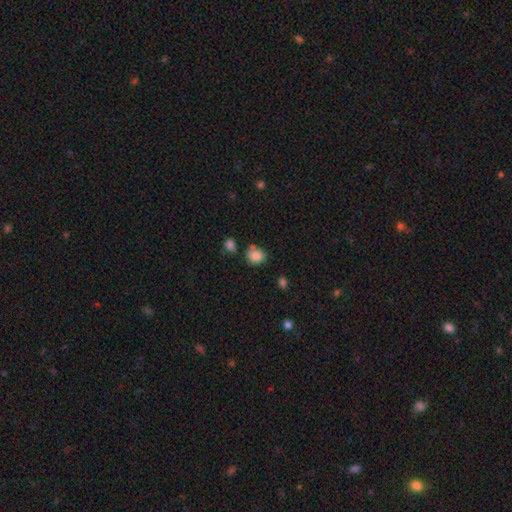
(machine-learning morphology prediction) A smooth galaxy with no disk features (83%) that is round (71%).

Vote fractions:
- Smooth or featured? smooth: 83% / star or artifact: 10% / featured or disk: 7%
- How rounded? round: 71% / in between: 28% / cigar-shaped: 1%
- Merging? none: 66% / minor disturbance: 20% / merger: 10% / major disturbance: 4%